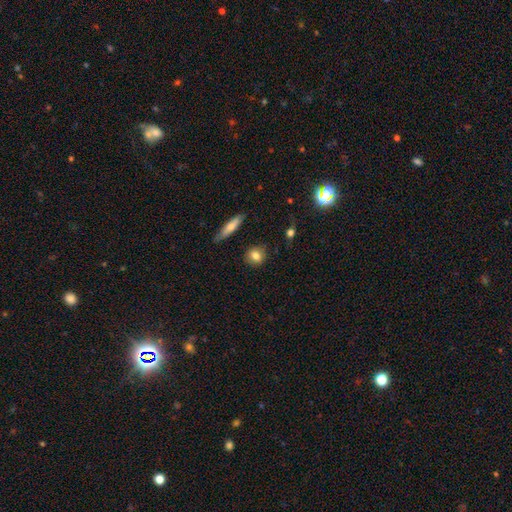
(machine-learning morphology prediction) Q: Smooth or featured?
A: smooth (81%); runner-up: featured or disk (11%)
Q: How rounded?
A: round (75%); runner-up: in between (21%)
Q: Merging?
A: none (86%); runner-up: minor disturbance (10%)